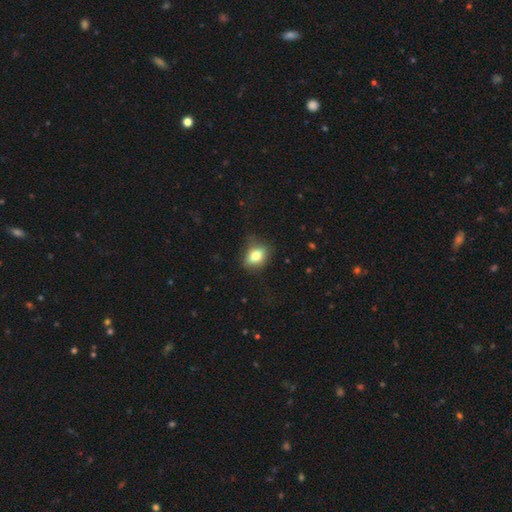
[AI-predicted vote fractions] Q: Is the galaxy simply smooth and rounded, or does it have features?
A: smooth — 78%.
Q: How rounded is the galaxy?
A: in between — 68%.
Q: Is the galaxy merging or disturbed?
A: none — 71%.